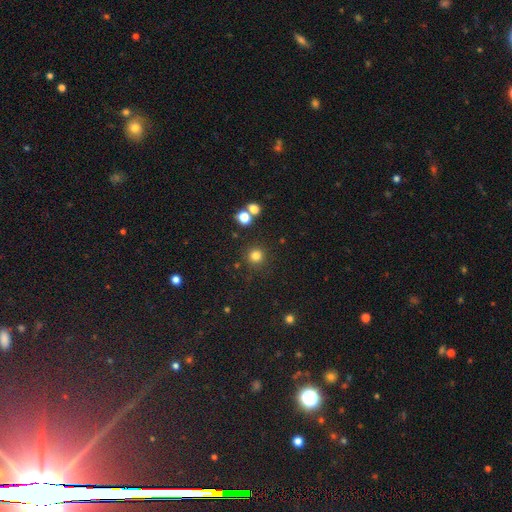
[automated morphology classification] type=smooth (80%); roundness=round (94%); merging=none (86%).